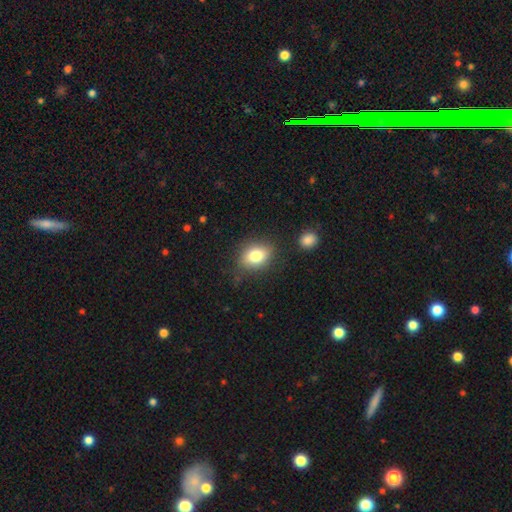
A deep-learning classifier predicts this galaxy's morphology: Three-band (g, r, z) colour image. It shows a smooth galaxy with no disk features (79%) that is in between round and cigar-shaped (68%). Merging: none (80%).